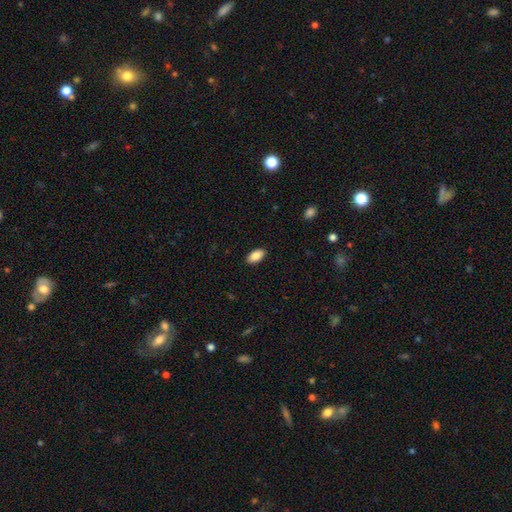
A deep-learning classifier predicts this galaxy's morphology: Smooth or featured: smooth — 86% (star or artifact — 7%)
How rounded: in between — 93% (cigar-shaped — 4%)
Merging: none — 90% (minor disturbance — 8%)